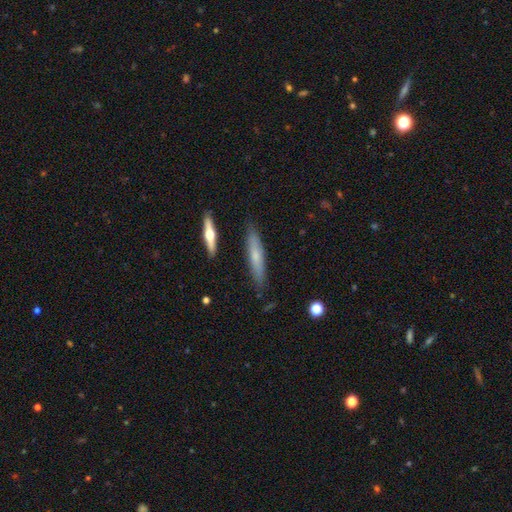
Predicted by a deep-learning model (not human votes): A smooth galaxy with no disk features (56%) that is cigar-shaped (86%).

Vote fractions:
- Smooth or featured? smooth: 56% / featured or disk: 37% / star or artifact: 7%
- How rounded? cigar-shaped: 86% / in between: 12% / round: 2%
- Merging? none: 83% / minor disturbance: 12% / merger: 2% / major disturbance: 2%